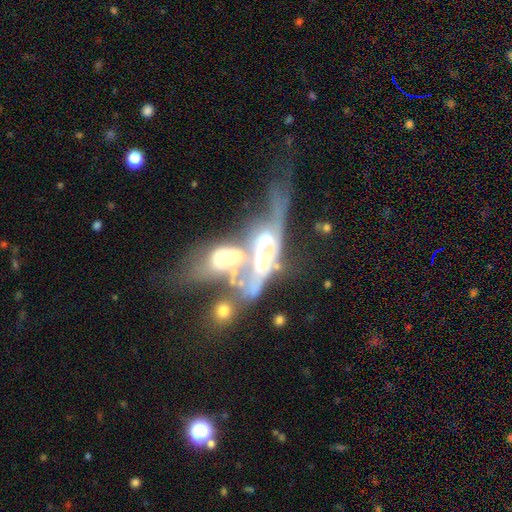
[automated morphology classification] Smooth or featured? Predicted: featured or disk (p=0.67). Edge-on disk? Predicted: no (p=0.75). Bar? Predicted: no (p=0.75). Spiral arms? Predicted: no (p=0.68). Bulge size? Predicted: moderate (p=0.36). Merging? Predicted: merger (p=0.63).